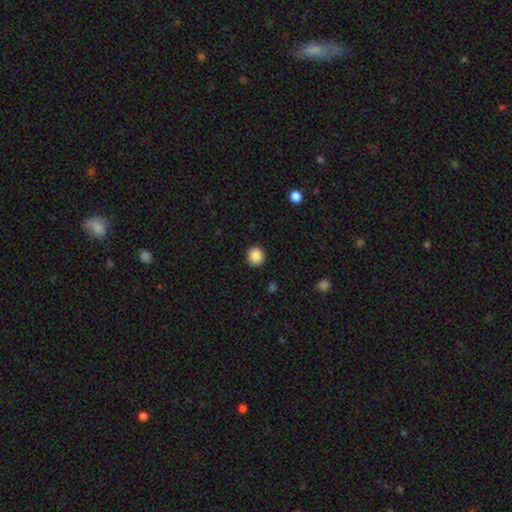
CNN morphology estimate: This appears to be a smooth galaxy with no disk features (88%) that is round (88%). Merging: none (92%).